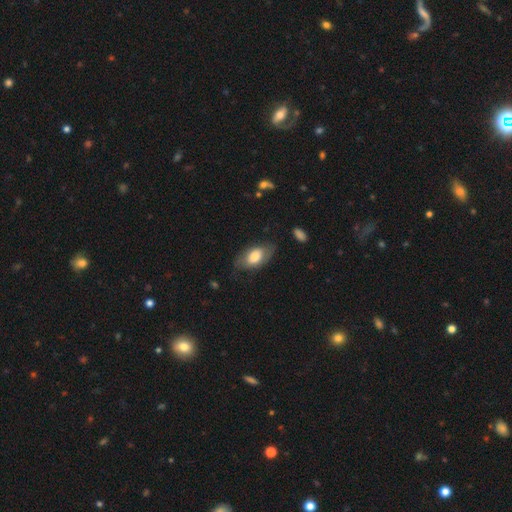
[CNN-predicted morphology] This is likely a smooth galaxy (65%). How rounded: clearly in between (91%). Merging: likely none (68%).